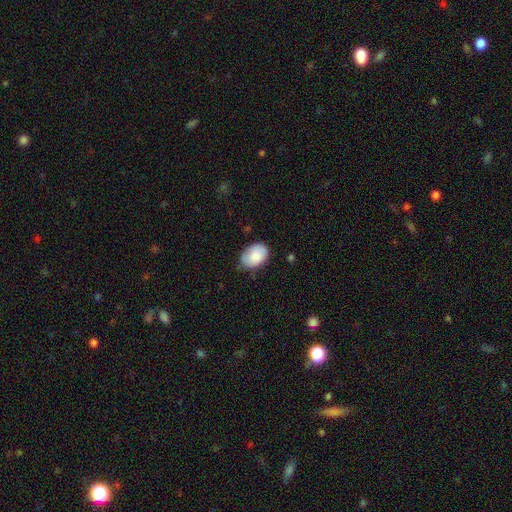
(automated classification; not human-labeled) The model was most divided on "merging": none: 68%, minor disturbance: 26%, major disturbance: 4%, merger: 1%. More confident: smooth or featured — smooth (83%); how rounded — in between (82%).